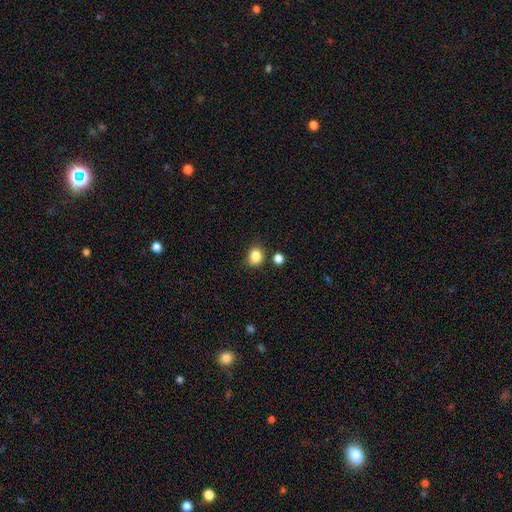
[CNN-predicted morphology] The model was most divided on "how rounded": round: 65%, in between: 34%, cigar-shaped: 1%. More confident: smooth or featured — smooth (84%); merging — none (76%).